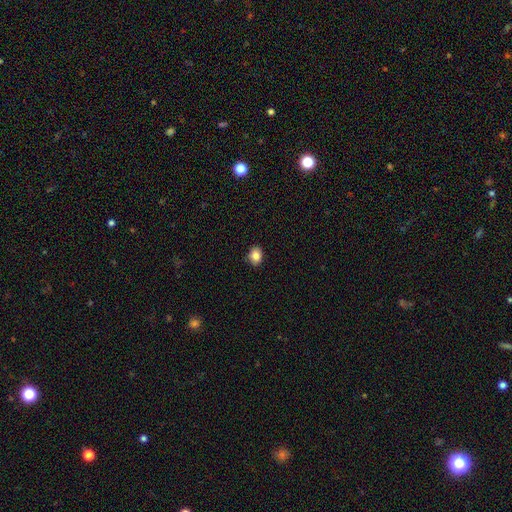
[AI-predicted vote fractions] Q: Smooth or featured?
A: smooth (85%); runner-up: star or artifact (9%)
Q: How rounded?
A: in between (54%); runner-up: round (45%)
Q: Merging?
A: none (86%); runner-up: minor disturbance (11%)